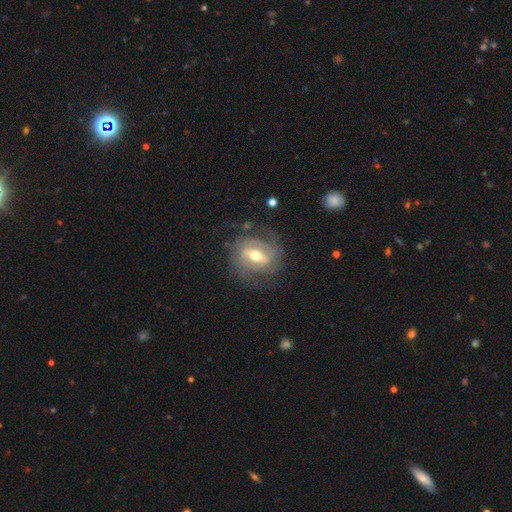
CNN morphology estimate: Overall: featured or disk (79%). Edge-on disk: no (93%). Bar: strong (51%; weak 37%). Spiral arms: yes (81%). Spiral arm count: 2 (62%). Spiral winding: tight (45%; medium 39%). Bulge size: moderate (72%). Merging: none (68%).